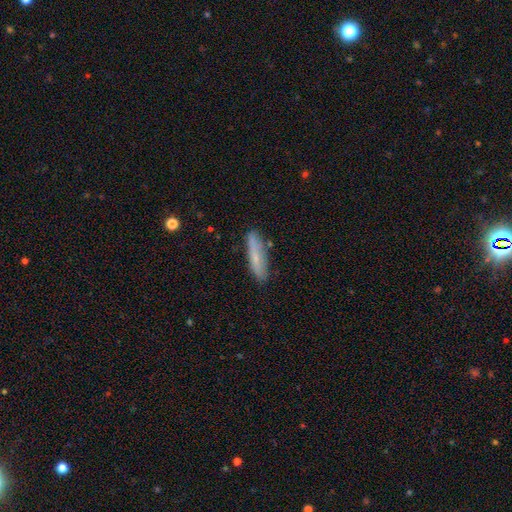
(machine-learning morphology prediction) smooth 66%, featured or disk 27%, star or artifact 7%. Down the decision tree: how rounded — cigar-shaped (81%); merging — none (82%).